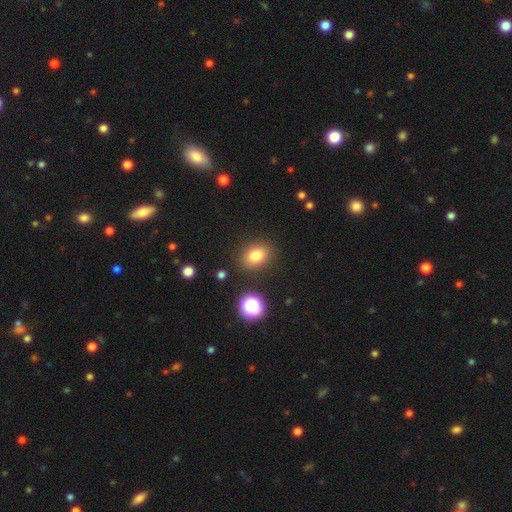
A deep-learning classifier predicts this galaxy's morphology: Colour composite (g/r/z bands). It shows a smooth galaxy with no disk features (79%) that is in between round and cigar-shaped (58%). Merging: none (86%).